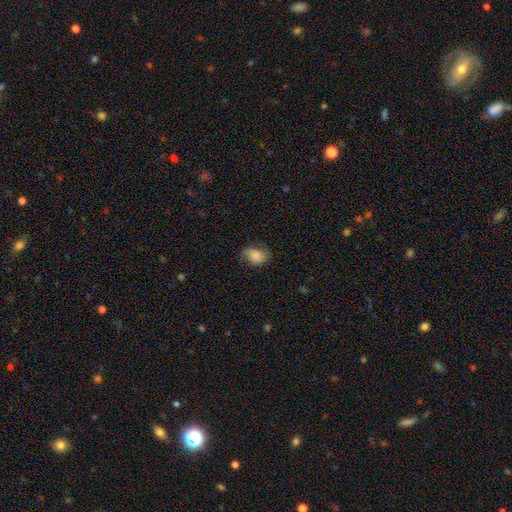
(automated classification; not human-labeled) Morphology: type=smooth (78%); roundness=in between (74%); merging=none (56%).